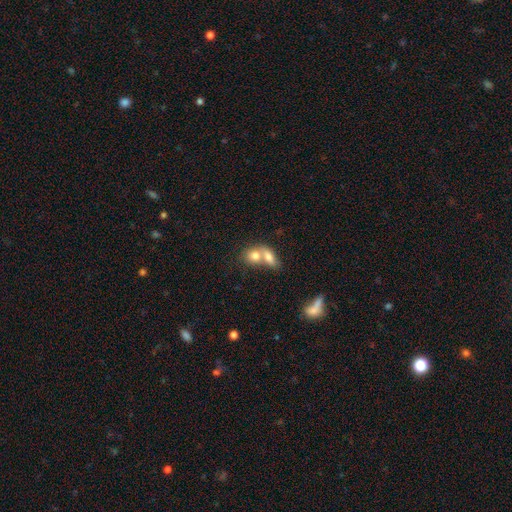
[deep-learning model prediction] Smooth or featured? smooth (76%)
How rounded? in between (55%)
Merging? merger (71%)